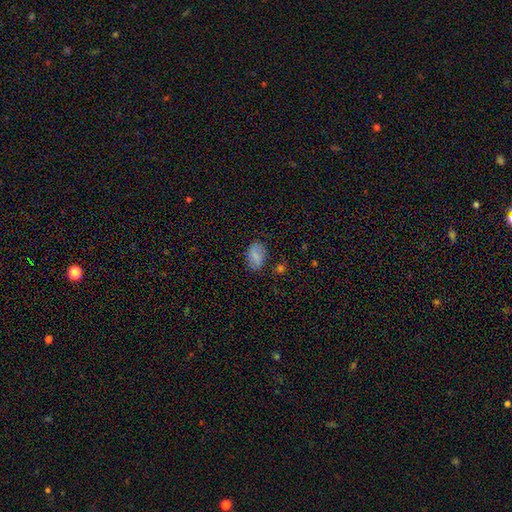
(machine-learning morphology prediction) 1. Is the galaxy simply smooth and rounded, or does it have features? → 80% smooth, 10% featured or disk, 10% star or artifact.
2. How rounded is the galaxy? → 90% in between, 9% round, 2% cigar-shaped.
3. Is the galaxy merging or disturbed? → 75% none, 17% minor disturbance, 4% major disturbance, 3% merger.